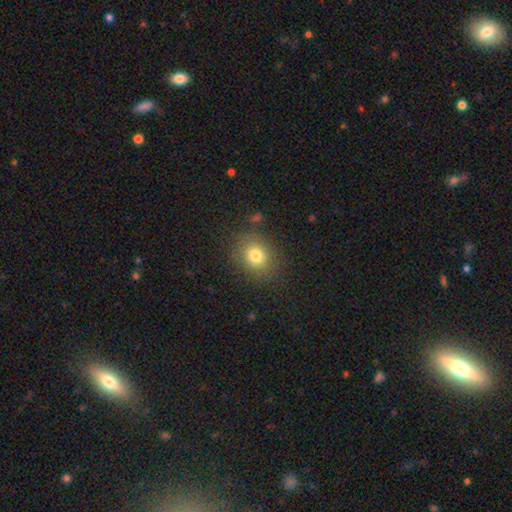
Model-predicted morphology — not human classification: This appears to be a smooth galaxy with no disk features (77%) that is round (66%). Merging: none (83%).